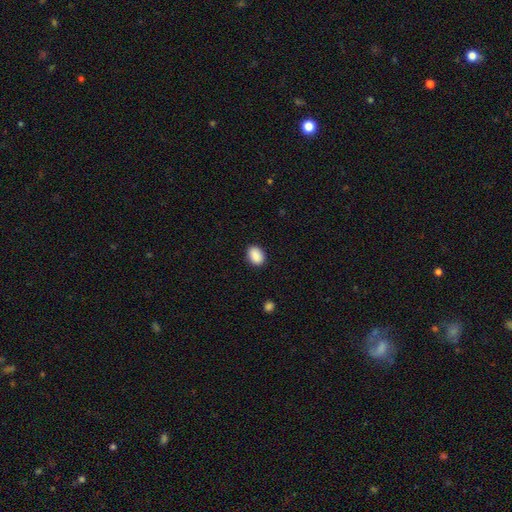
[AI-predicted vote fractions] Smooth or featured: smooth — 90% (star or artifact — 7%)
How rounded: in between — 77% (round — 22%)
Merging: none — 89% (minor disturbance — 8%)